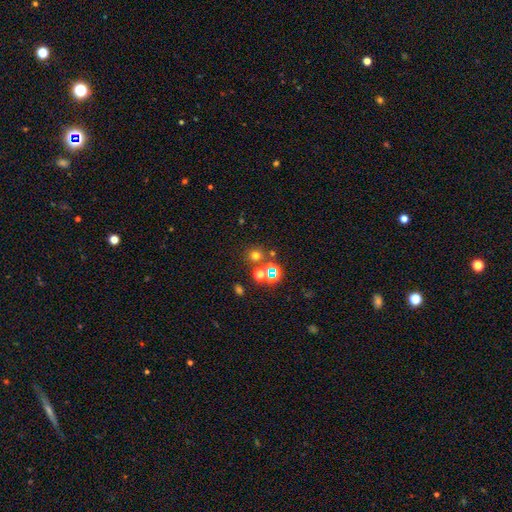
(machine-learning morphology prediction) type=smooth (61%); roundness=round (90%); merging=none (75%).